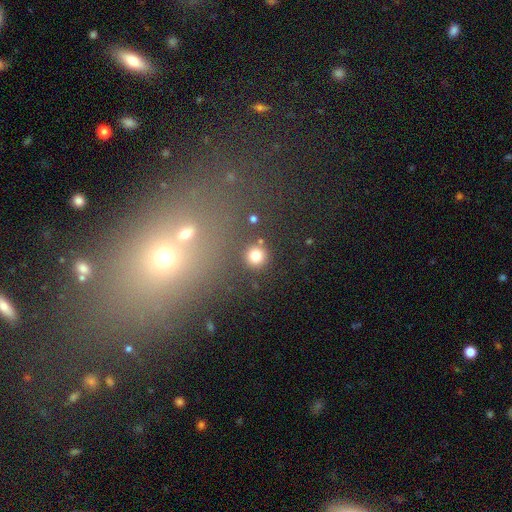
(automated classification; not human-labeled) smooth_or_featured: smooth (p=0.80) [alt: star or artifact p=0.14]
how_rounded: round (p=0.94) [alt: in between p=0.05]
merging: none (p=0.85) [alt: minor disturbance p=0.07]